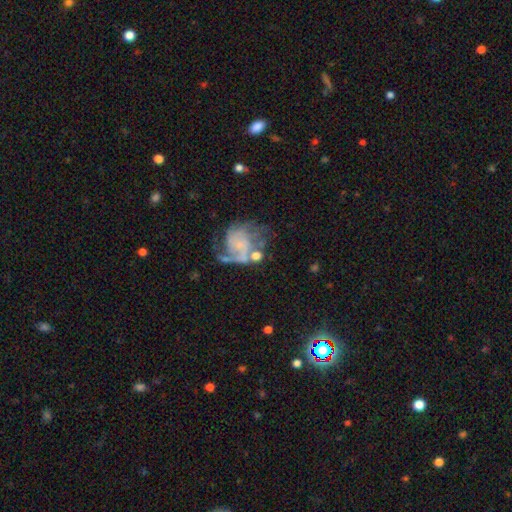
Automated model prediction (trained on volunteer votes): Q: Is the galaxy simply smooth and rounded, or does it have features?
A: featured or disk — 77%.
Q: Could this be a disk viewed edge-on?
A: no — 98%.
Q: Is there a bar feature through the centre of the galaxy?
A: no — 67%.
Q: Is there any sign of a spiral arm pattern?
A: yes — 90%.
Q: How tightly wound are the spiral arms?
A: medium — 44%.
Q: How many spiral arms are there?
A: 2 — 50%.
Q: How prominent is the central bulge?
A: small — 53%.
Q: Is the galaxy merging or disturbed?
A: none — 41%.